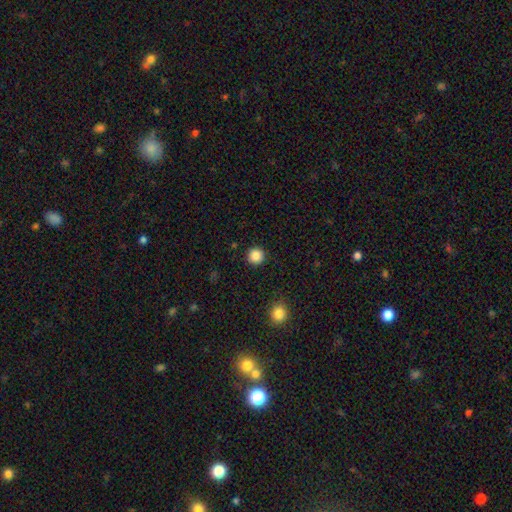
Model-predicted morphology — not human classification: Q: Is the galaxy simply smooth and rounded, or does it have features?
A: smooth — 87%.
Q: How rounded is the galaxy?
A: round — 96%.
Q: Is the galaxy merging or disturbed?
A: none — 92%.